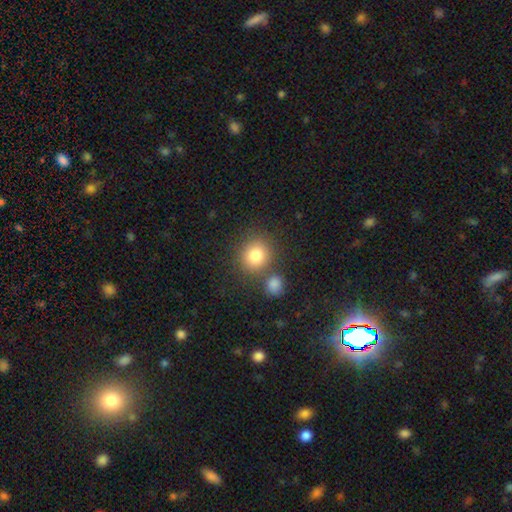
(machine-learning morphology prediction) type=smooth (82%); roundness=round (83%); merging=none (69%).